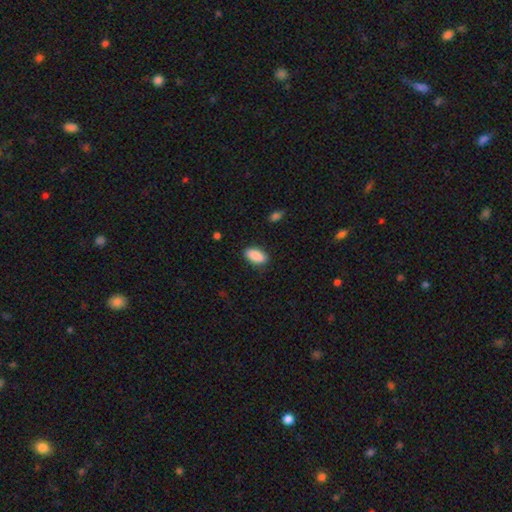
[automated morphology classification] type=smooth (90%); roundness=in between (91%); merging=none (85%).